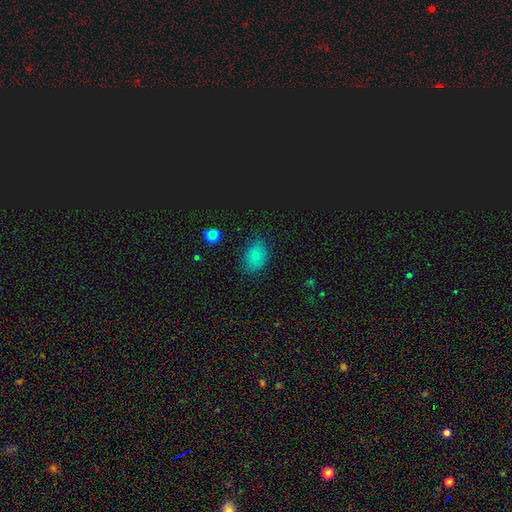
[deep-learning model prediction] smooth-or-featured: smooth: 77% | star or artifact: 13% | featured or disk: 9%
  how-rounded: in between: 78% | round: 21% | cigar-shaped: 1%
  merging: none: 77% | minor disturbance: 18% | major disturbance: 4% | merger: 2%